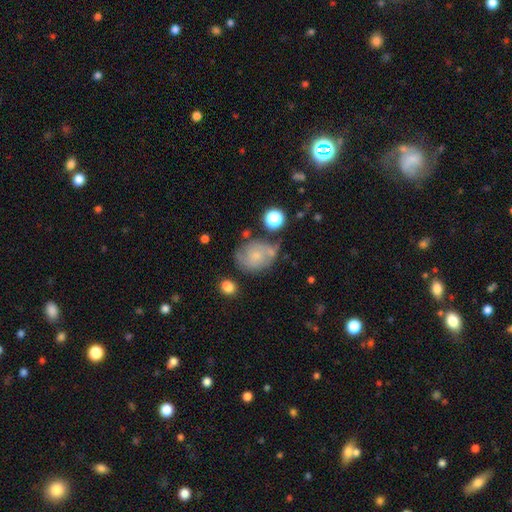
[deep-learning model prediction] A featured or disk galaxy (49%).

Vote fractions:
- Smooth or featured? featured or disk: 49% / smooth: 41% / star or artifact: 10%
- Merging? none: 51% / minor disturbance: 25% / merger: 12% / major disturbance: 12%